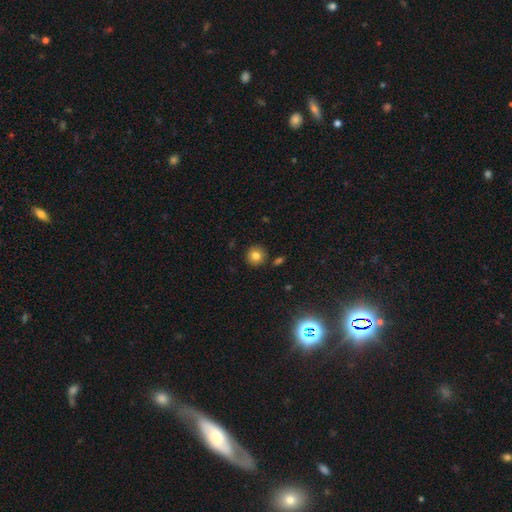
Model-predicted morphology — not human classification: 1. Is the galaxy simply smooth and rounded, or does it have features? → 80% smooth, 11% star or artifact, 9% featured or disk.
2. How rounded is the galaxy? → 92% round, 7% in between, 1% cigar-shaped.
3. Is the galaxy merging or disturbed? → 87% none, 7% minor disturbance, 4% merger, 2% major disturbance.